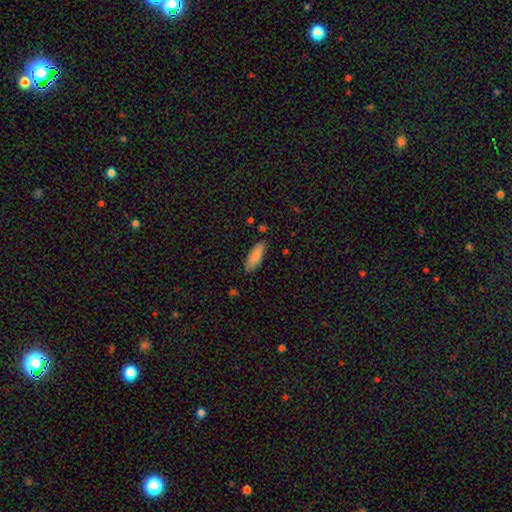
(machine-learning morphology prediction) This is clearly a smooth galaxy (86%). How rounded: likely in between (64%). Merging: clearly none (84%).